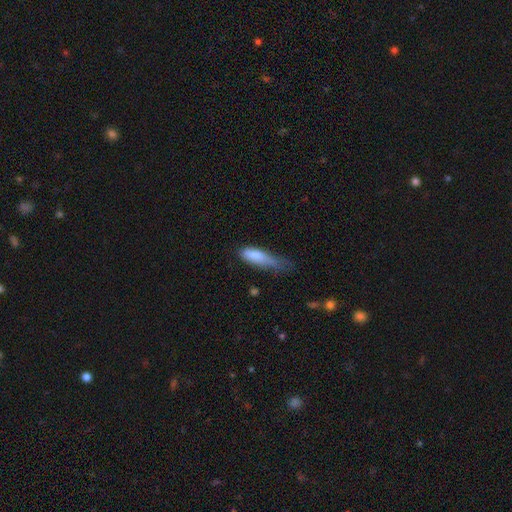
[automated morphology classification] smooth_or_featured: smooth (p=0.81) [alt: featured or disk p=0.12]
how_rounded: cigar-shaped (p=0.49) [alt: in between p=0.48]
merging: minor disturbance (p=0.42) [alt: major disturbance p=0.34]